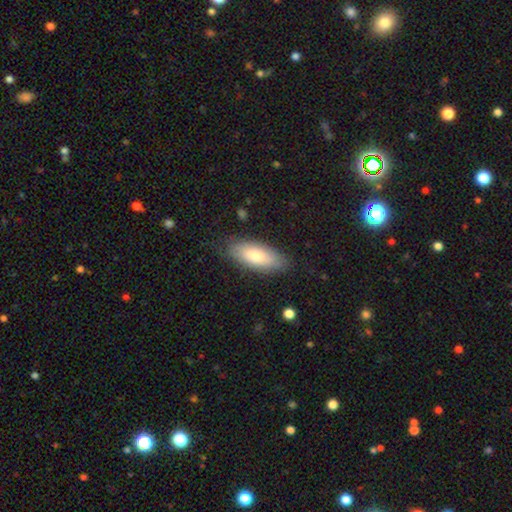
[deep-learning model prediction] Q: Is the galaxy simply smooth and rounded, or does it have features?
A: smooth — 77%.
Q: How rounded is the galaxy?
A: in between — 81%.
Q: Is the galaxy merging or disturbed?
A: none — 81%.